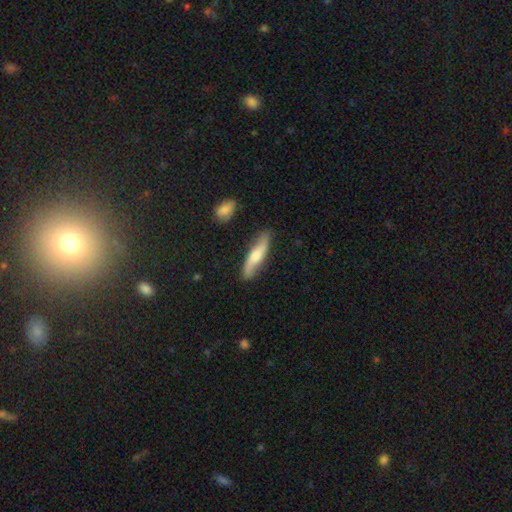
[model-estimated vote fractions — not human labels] A smooth galaxy with no disk features (50%) that is cigar-shaped (72%). Merging: none (80%).